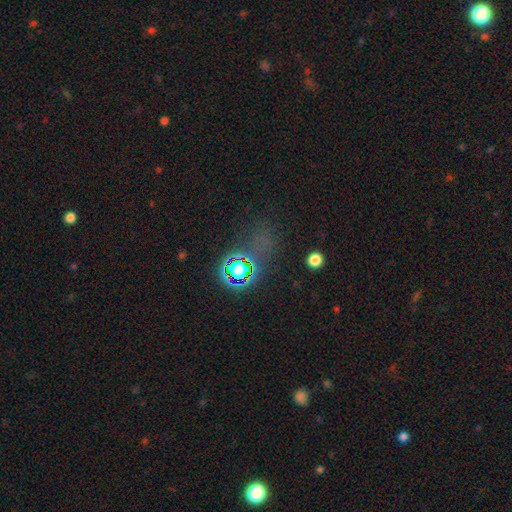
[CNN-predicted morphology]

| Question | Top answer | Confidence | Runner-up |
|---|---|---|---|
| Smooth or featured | star or artifact | 62% | smooth (28%) |